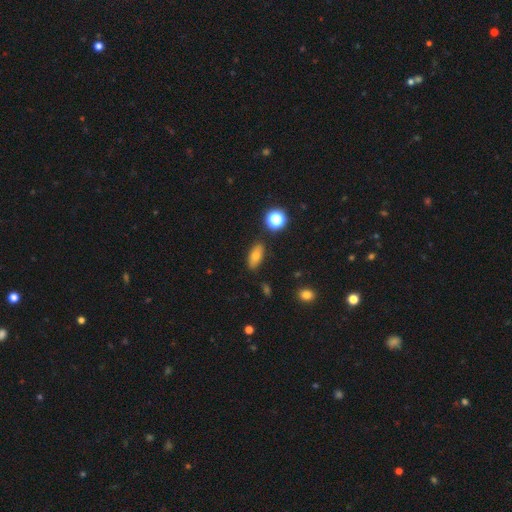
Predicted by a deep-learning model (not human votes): This is likely a smooth galaxy (72%). How rounded: clearly in between (81%). Merging: clearly none (84%).